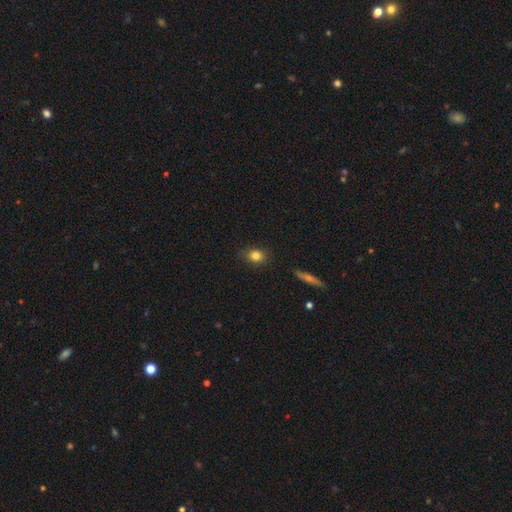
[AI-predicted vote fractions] Overall: smooth (82%). How rounded: round (53%; in between 45%). Merging: none (84%).